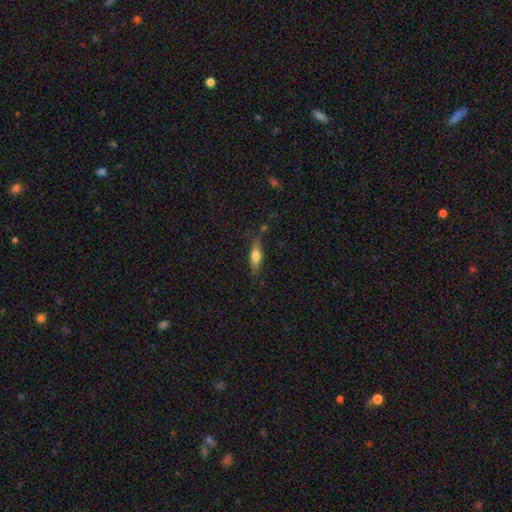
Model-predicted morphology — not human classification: smooth_or_featured: smooth (p=0.60) [alt: featured or disk p=0.33]
how_rounded: cigar-shaped (p=0.60) [alt: in between p=0.38]
merging: none (p=0.72) [alt: minor disturbance p=0.19]